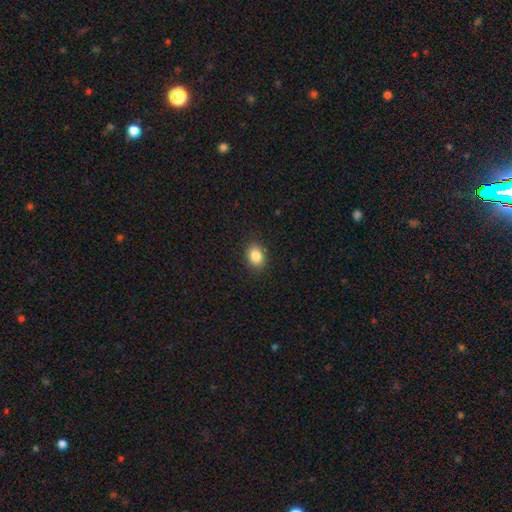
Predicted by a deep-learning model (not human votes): This is clearly a smooth galaxy (85%). How rounded: likely in between (65%). Merging: clearly none (88%).